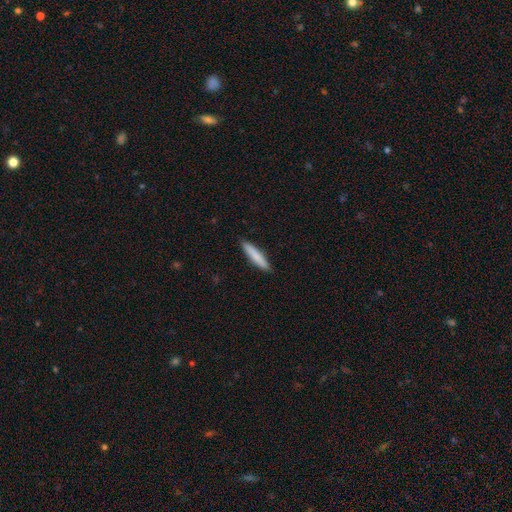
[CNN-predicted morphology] smooth-or-featured: smooth: 81% | featured or disk: 14% | star or artifact: 5%
  how-rounded: cigar-shaped: 89% | in between: 9% | round: 1%
  merging: none: 90% | minor disturbance: 7% | major disturbance: 1% | merger: 1%